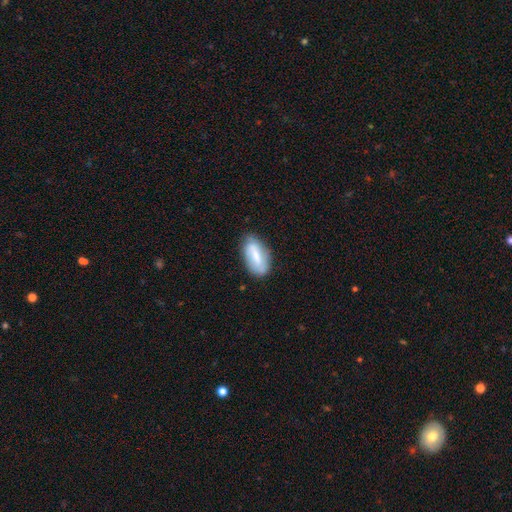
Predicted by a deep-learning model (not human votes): Smooth or featured?
  - smooth: 63% *
  - featured or disk: 30%
  - star or artifact: 7%
How rounded?
  - in between: 89% *
  - cigar-shaped: 8%
  - round: 3%
Merging?
  - none: 73% *
  - minor disturbance: 21%
  - major disturbance: 5%
  - merger: 2%